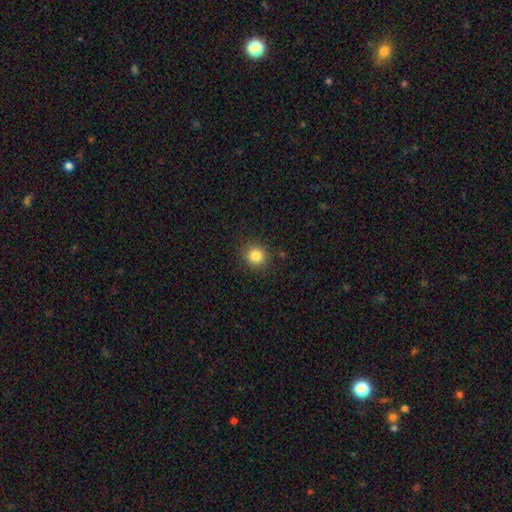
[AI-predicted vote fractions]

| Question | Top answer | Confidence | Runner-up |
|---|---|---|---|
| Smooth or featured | smooth | 83% | star or artifact (11%) |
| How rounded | round | 85% | in between (14%) |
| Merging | none | 89% | minor disturbance (7%) |